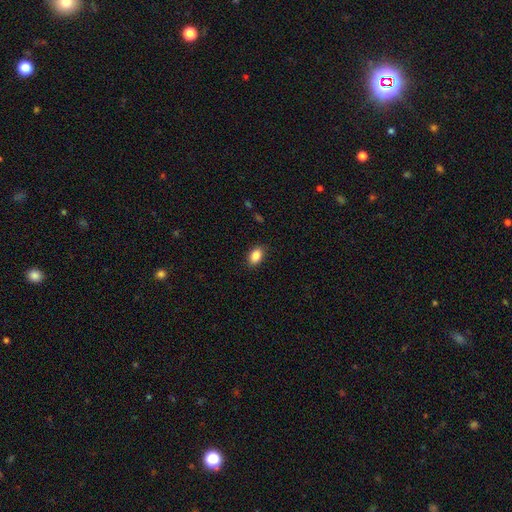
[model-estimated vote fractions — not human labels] This appears to be a smooth galaxy with no disk features (88%) that is in between round and cigar-shaped (88%). Merging: none (87%).